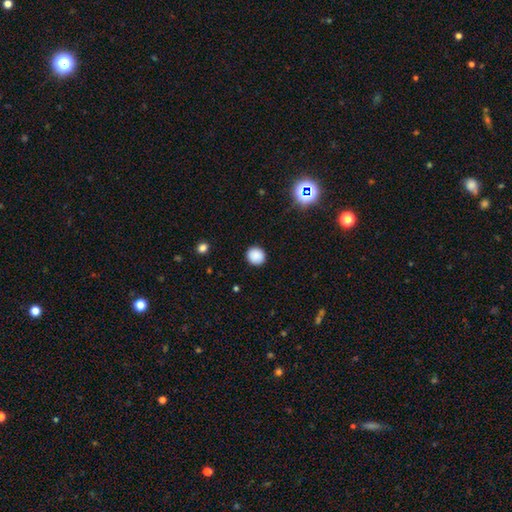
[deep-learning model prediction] Q: Smooth or featured?
A: smooth (87%); runner-up: star or artifact (10%)
Q: How rounded?
A: round (86%); runner-up: in between (13%)
Q: Merging?
A: none (91%); runner-up: minor disturbance (6%)